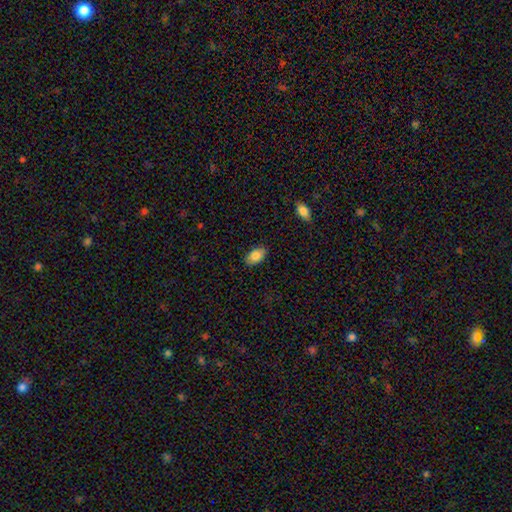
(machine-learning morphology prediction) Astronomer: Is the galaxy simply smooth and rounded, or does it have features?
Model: smooth — 85%.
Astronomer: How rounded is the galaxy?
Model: in between — 92%.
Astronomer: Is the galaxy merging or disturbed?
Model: none — 86%.